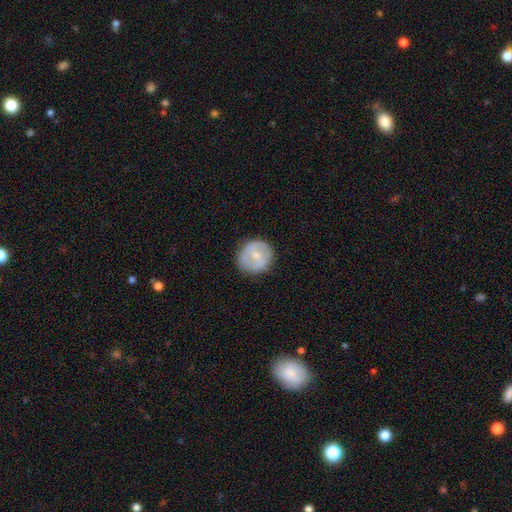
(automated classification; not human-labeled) Overall: smooth (53%; featured or disk 41%). How rounded: round (87%). Merging: none (82%).